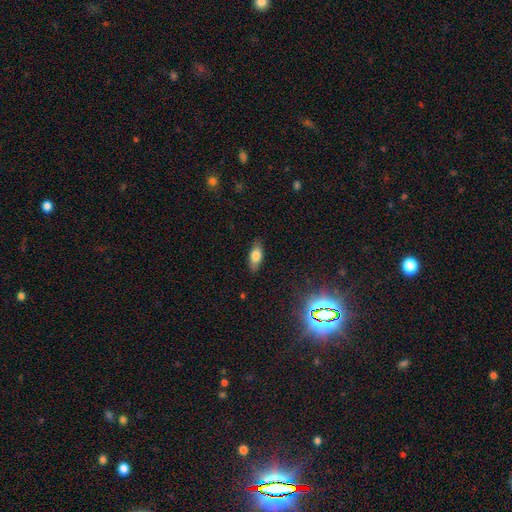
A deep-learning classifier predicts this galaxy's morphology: smooth 76%, featured or disk 15%, star or artifact 10%. Down the decision tree: how rounded — in between (82%); merging — none (85%).